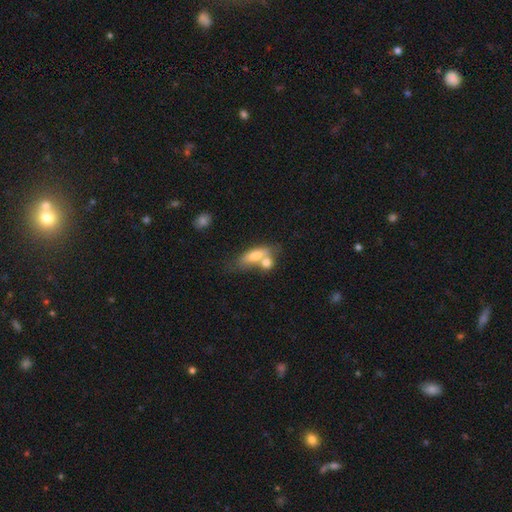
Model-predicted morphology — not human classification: type=smooth (70%); roundness=in between (69%); merging=merger (51%).